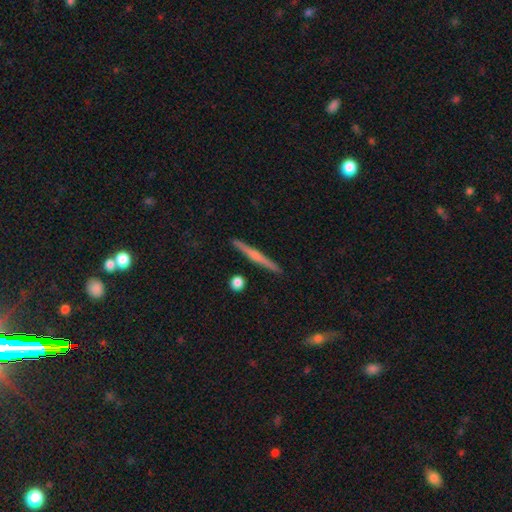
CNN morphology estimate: smooth-or-featured: featured or disk: 57% | smooth: 37% | star or artifact: 6%
  disk-edge-on: yes: 98% | no: 2%
    edge-on-bulge: rounded: 53% | none: 37% | boxy: 10%
  merging: none: 91% | minor disturbance: 5% | merger: 2% | major disturbance: 1%